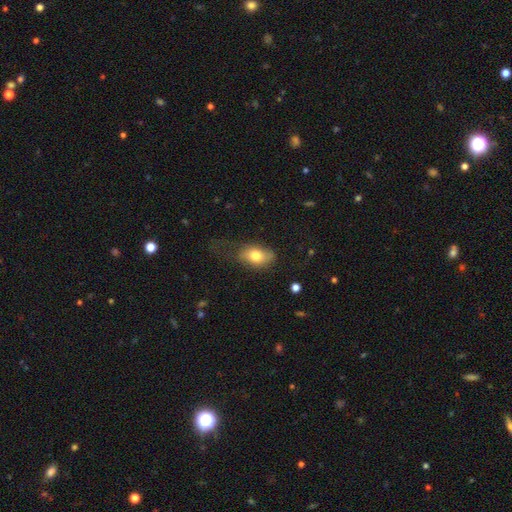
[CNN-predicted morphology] The model was most divided on "merging": none: 56%, minor disturbance: 26%, major disturbance: 16%, merger: 2%. More confident: how rounded — in between (85%); smooth or featured — smooth (77%).